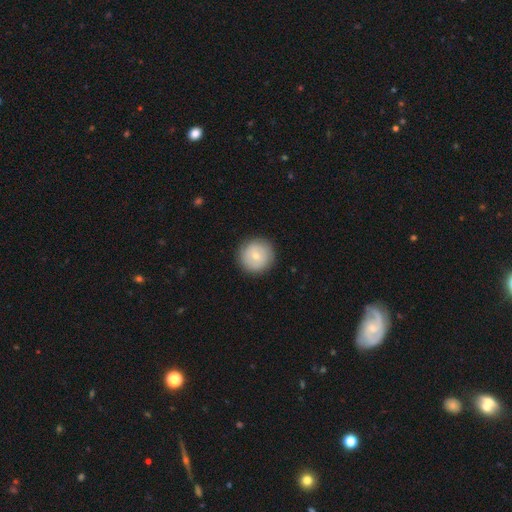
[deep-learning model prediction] The model was most divided on "smooth or featured": smooth: 69%, featured or disk: 24%, star or artifact: 7%. More confident: how rounded — round (95%); merging — none (89%).